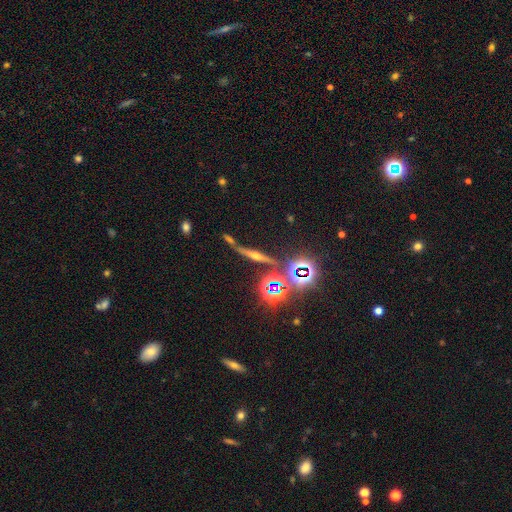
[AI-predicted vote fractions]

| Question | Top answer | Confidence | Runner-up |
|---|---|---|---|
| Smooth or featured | featured or disk | 53% | star or artifact (29%) |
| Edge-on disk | yes | 87% | no (13%) |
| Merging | none | 72% | minor disturbance (13%) |